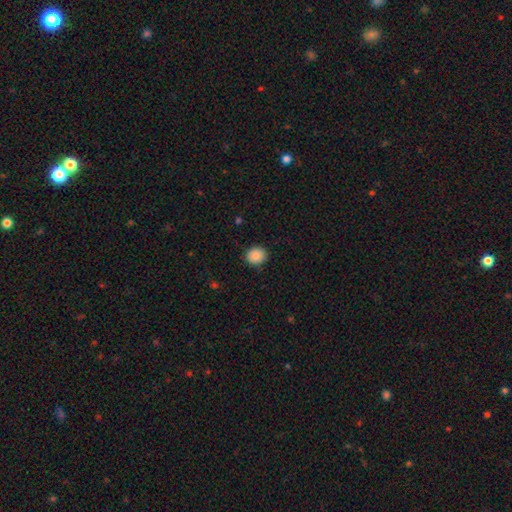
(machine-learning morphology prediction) Overall: smooth (88%). How rounded: round (77%). Merging: none (89%).